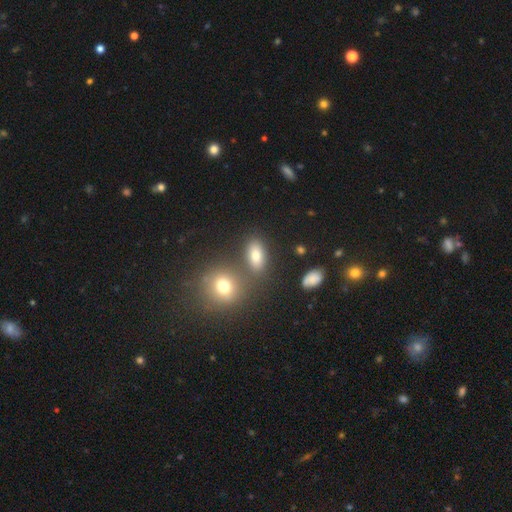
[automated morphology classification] A smooth galaxy with no disk features (74%) that is in between round and cigar-shaped (79%).

Vote fractions:
- Smooth or featured? smooth: 74% / star or artifact: 15% / featured or disk: 12%
- How rounded? in between: 79% / round: 15% / cigar-shaped: 6%
- Merging? none: 70% / merger: 15% / minor disturbance: 11% / major disturbance: 4%